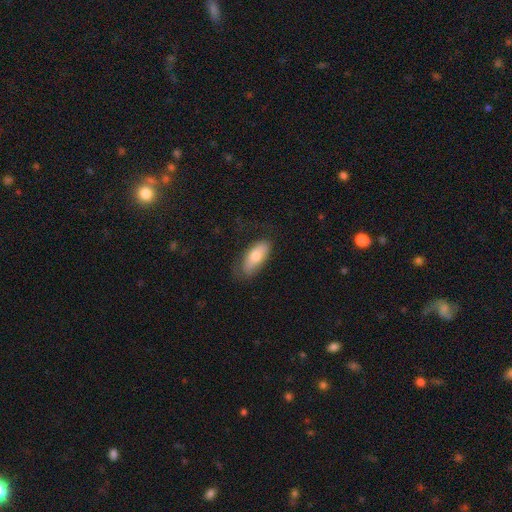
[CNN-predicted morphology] smooth_or_featured: smooth (p=0.72) [alt: featured or disk p=0.21]
how_rounded: in between (p=0.81) [alt: cigar-shaped p=0.16]
merging: none (p=0.67) [alt: minor disturbance p=0.23]